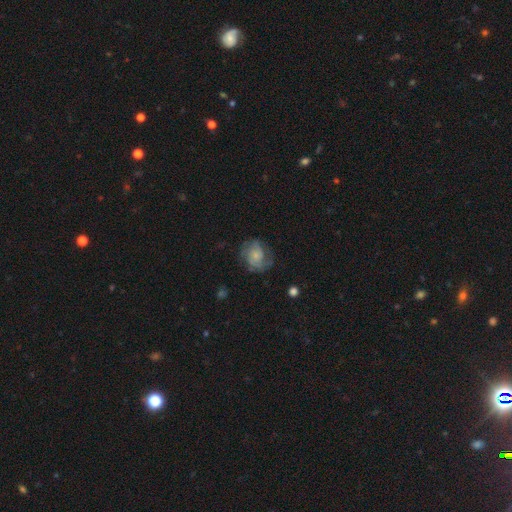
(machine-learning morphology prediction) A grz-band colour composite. It shows a featured or disk galaxy (54%) with no bar (78%), spiral arms (81%) and a small central bulge (63%). Merging: none (56%).